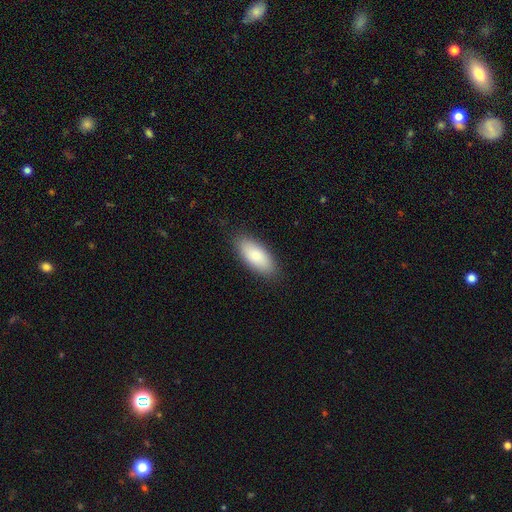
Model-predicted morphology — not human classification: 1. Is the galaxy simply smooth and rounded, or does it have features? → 84% smooth, 10% featured or disk, 6% star or artifact.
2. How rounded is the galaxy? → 83% in between, 15% cigar-shaped, 2% round.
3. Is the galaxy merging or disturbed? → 87% none, 10% minor disturbance, 2% major disturbance, 1% merger.